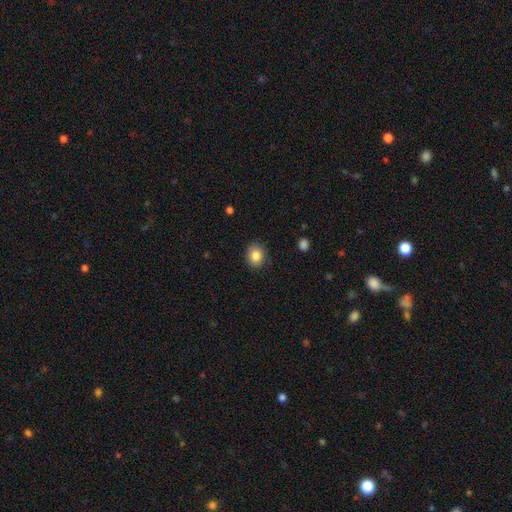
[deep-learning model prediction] This is clearly a smooth galaxy (84%). How rounded: possibly round (60%). Merging: clearly none (87%).